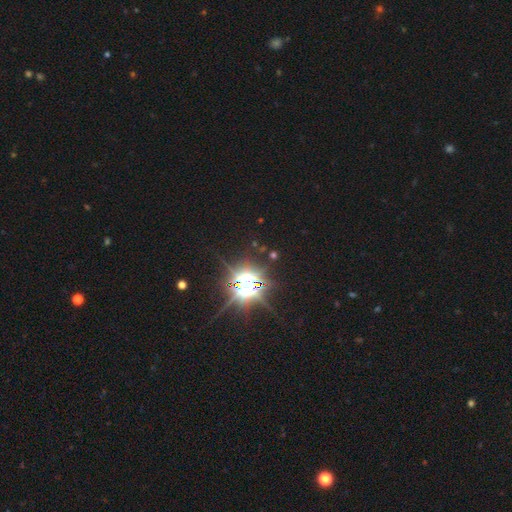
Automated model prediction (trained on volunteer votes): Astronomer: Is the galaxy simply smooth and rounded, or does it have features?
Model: star or artifact — 86%.